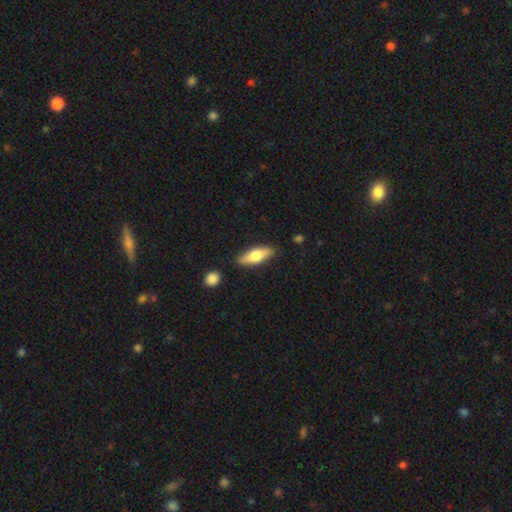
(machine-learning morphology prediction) Smooth or featured? Predicted: smooth (p=0.63). How rounded? Predicted: in between (p=0.61). Merging? Predicted: none (p=0.85).